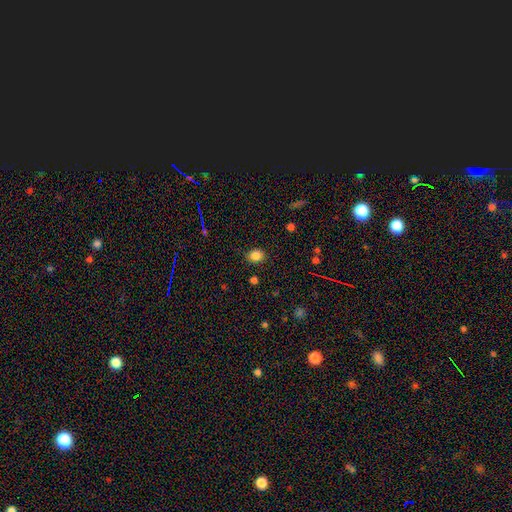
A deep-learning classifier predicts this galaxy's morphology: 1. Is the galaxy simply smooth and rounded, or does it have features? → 84% smooth, 12% star or artifact, 4% featured or disk.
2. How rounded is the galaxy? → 54% round, 45% in between, 1% cigar-shaped.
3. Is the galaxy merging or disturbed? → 84% none, 11% minor disturbance, 3% major disturbance, 1% merger.